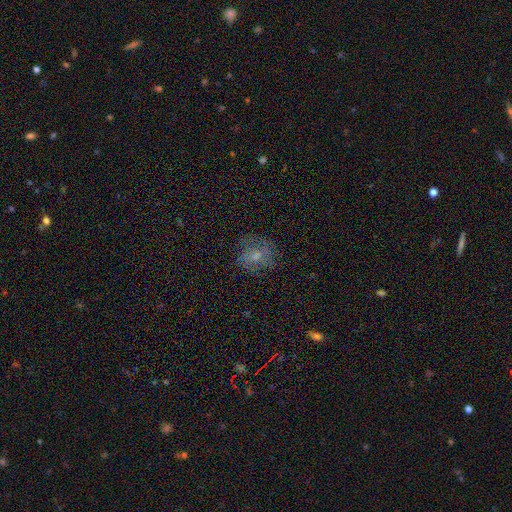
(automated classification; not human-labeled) The model was most divided on "smooth or featured": smooth: 57%, featured or disk: 30%, star or artifact: 14%. More confident: merging — none (68%); how rounded — round (65%).